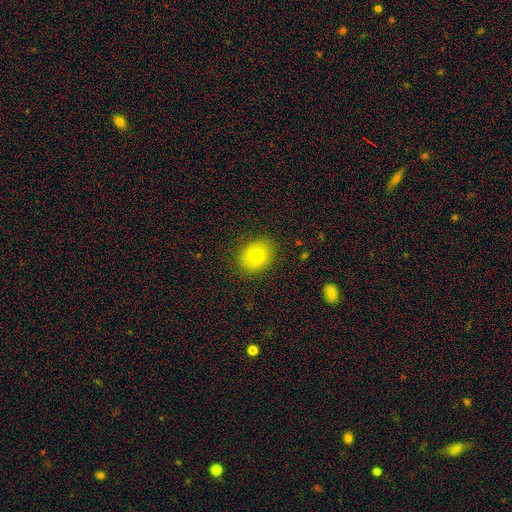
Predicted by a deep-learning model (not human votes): Overall: smooth (74%). How rounded: round (64%; in between 35%). Merging: none (87%).